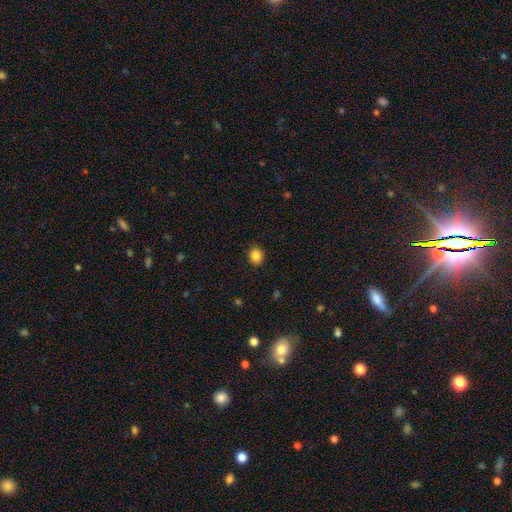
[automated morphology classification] smooth-or-featured: smooth: 86% | star or artifact: 10% | featured or disk: 4%
  how-rounded: round: 57% | in between: 42% | cigar-shaped: 1%
  merging: none: 88% | minor disturbance: 8% | major disturbance: 2% | merger: 1%